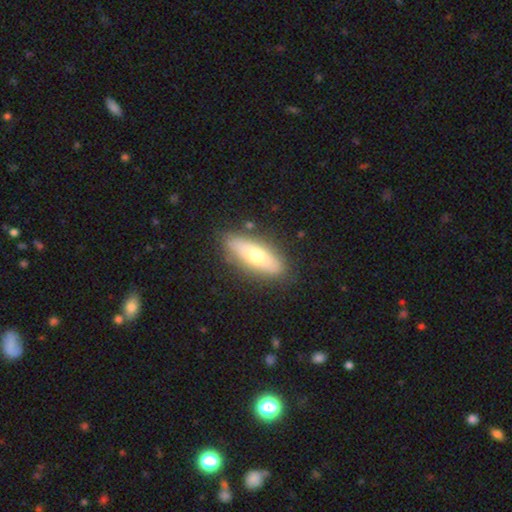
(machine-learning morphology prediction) Smooth or featured? smooth (58%)
How rounded? in between (56%)
Merging? none (85%)